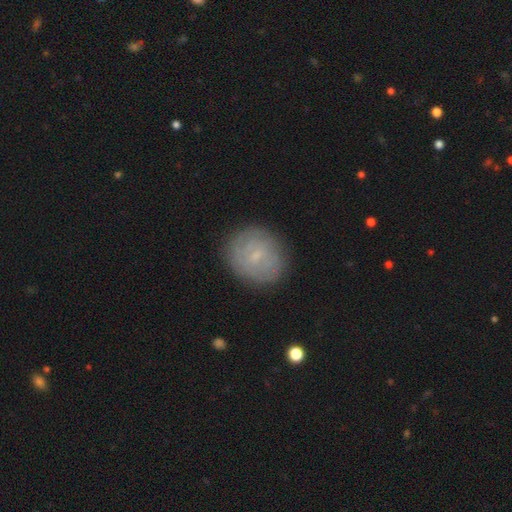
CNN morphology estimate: smooth_or_featured: smooth (p=0.47) [alt: featured or disk p=0.44]
merging: none (p=0.85) [alt: minor disturbance p=0.11]